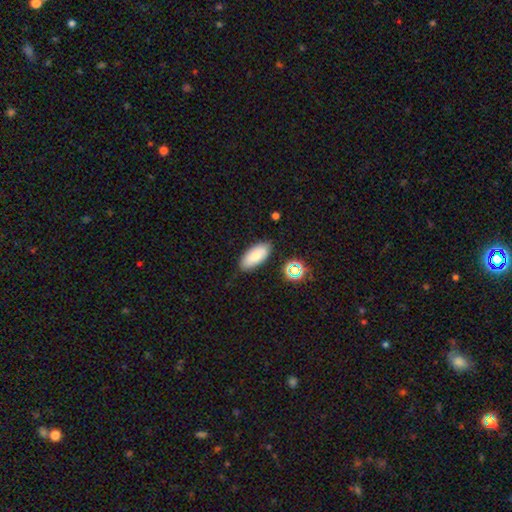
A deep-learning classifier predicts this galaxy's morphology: Smooth or featured? smooth (81%)
How rounded? in between (88%)
Merging? none (84%)